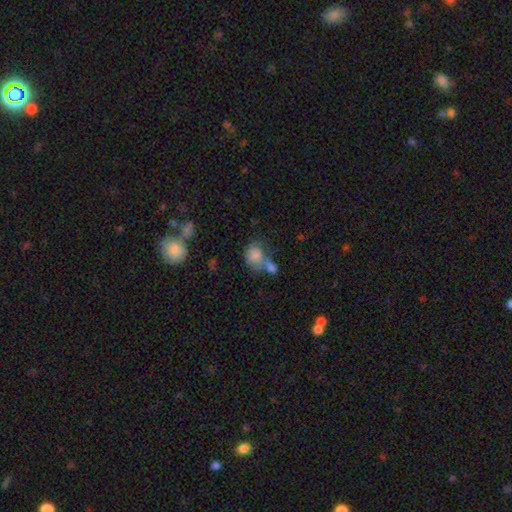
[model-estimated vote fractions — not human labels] This appears to be a smooth galaxy with no disk features (77%) that is in between round and cigar-shaped (51%). Merging: merger (45%).